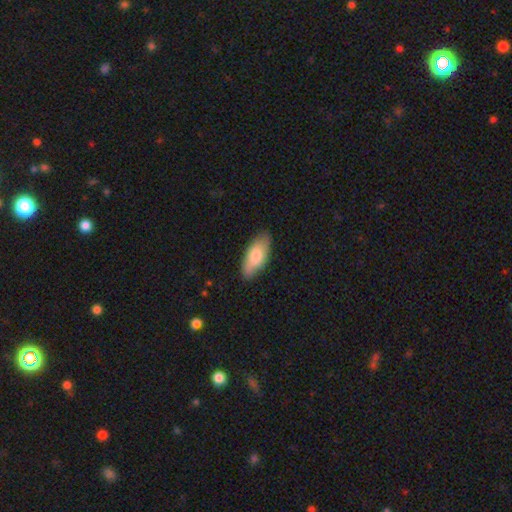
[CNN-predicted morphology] type=smooth (75%); roundness=in between (84%); merging=none (80%).